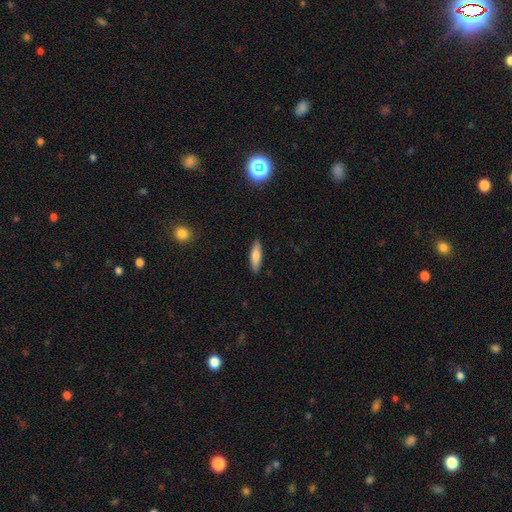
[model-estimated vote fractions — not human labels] Overall: smooth (76%). How rounded: cigar-shaped (65%; in between 33%). Merging: none (89%).